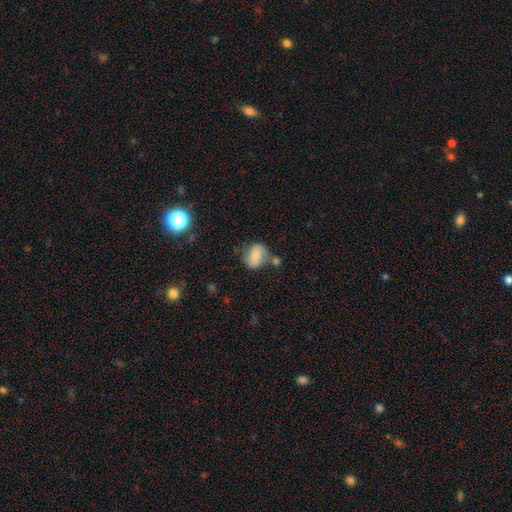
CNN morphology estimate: This appears to be a smooth galaxy with no disk features (58%) that is in between round and cigar-shaped (54%). Merging: none (47%).